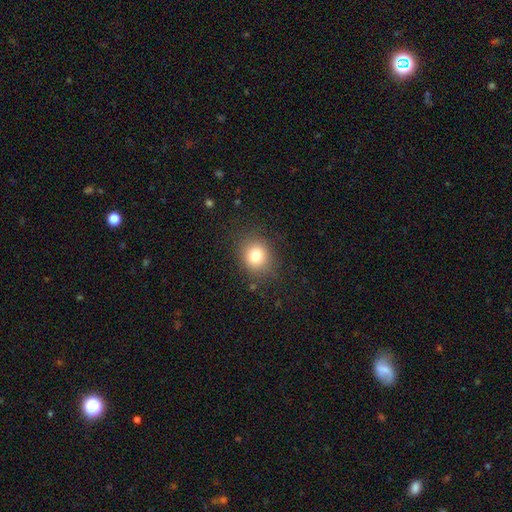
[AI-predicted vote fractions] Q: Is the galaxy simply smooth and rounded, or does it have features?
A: smooth — 78%.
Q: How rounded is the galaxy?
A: round — 78%.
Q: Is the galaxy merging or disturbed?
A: none — 85%.